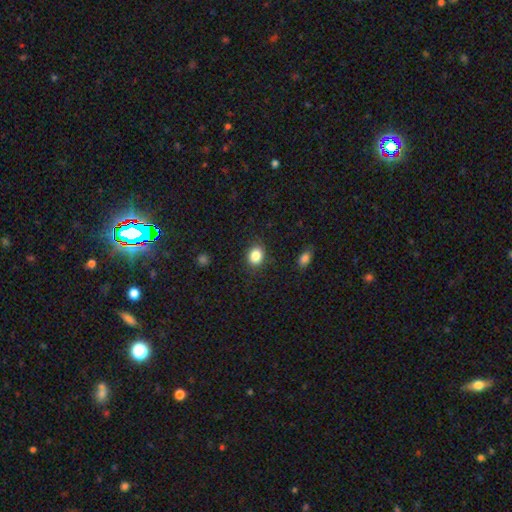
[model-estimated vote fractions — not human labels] A smooth galaxy with no disk features (86%) that is round (52%). Merging: none (85%).